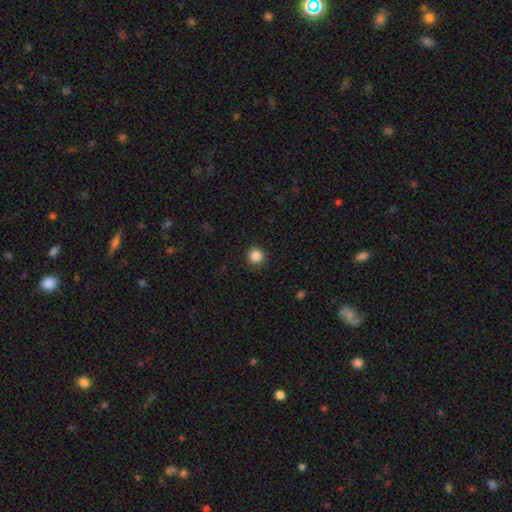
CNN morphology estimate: Smooth or featured? Predicted: smooth (p=0.87). How rounded? Predicted: round (p=0.95). Merging? Predicted: none (p=0.90).